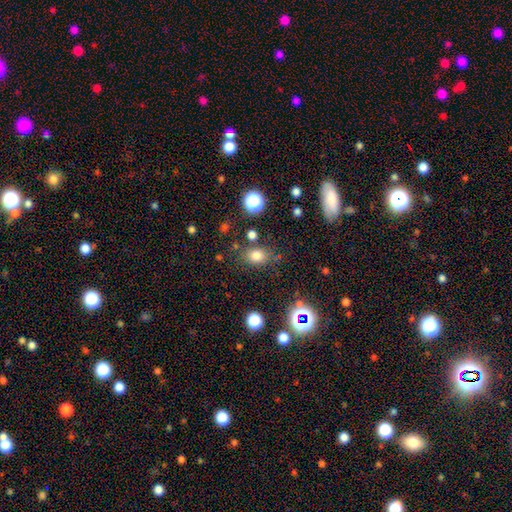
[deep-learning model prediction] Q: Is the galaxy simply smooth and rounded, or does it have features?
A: smooth — 75%.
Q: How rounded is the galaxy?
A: in between — 58%.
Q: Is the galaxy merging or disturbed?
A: none — 75%.